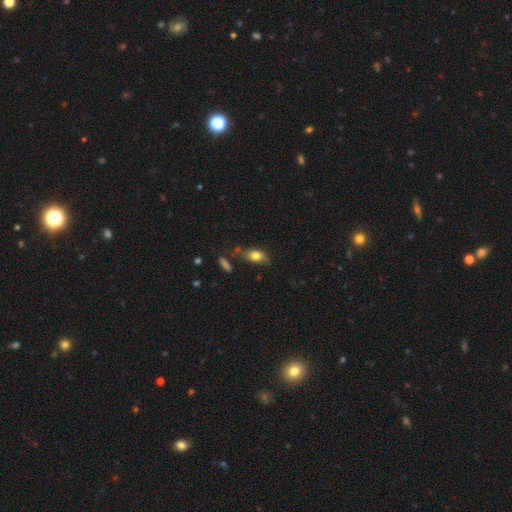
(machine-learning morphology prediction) The model was most divided on "merging": none: 62%, minor disturbance: 24%, merger: 7%, major disturbance: 7%. More confident: how rounded — in between (80%); smooth or featured — smooth (76%).